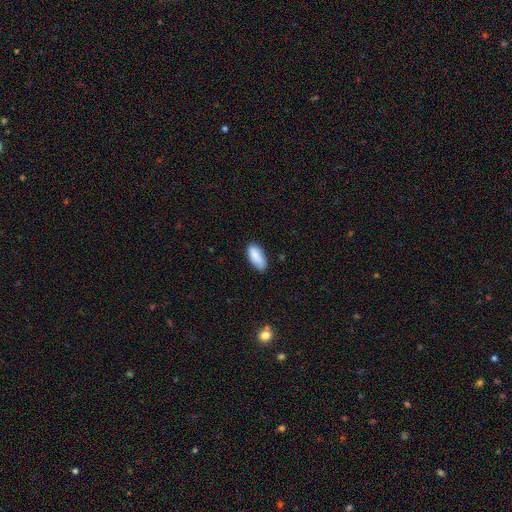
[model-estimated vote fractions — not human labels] smooth-or-featured: smooth: 87% | star or artifact: 7% | featured or disk: 6%
  how-rounded: in between: 84% | cigar-shaped: 14% | round: 2%
  merging: none: 73% | minor disturbance: 21% | major disturbance: 4% | merger: 2%